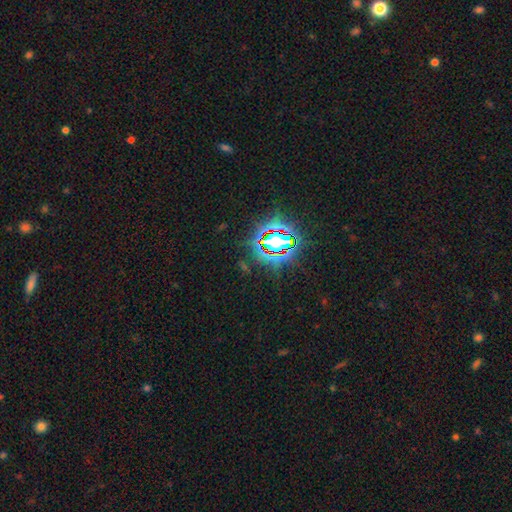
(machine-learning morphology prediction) smooth-or-featured: star or artifact: 82% | smooth: 10% | featured or disk: 8%